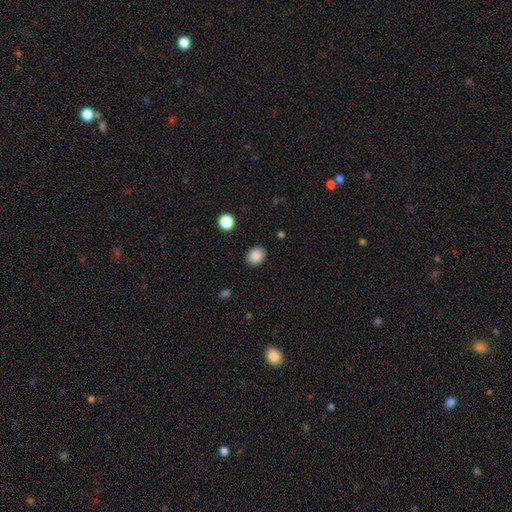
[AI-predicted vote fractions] Smooth or featured? Predicted: smooth (p=0.88). How rounded? Predicted: round (p=0.60). Merging? Predicted: none (p=0.88).